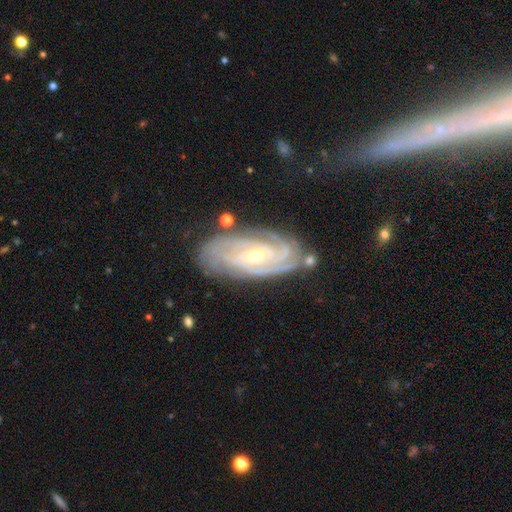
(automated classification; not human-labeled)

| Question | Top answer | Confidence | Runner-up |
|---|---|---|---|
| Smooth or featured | featured or disk | 88% | smooth (6%) |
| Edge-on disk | no | 94% | yes (6%) |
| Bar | weak | 41% | no (37%) |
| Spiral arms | yes | 97% | no (3%) |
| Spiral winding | tight | 75% | medium (21%) |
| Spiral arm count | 3 | 26% | can't tell (22%) |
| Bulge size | small | 51% | moderate (46%) |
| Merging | none | 74% | minor disturbance (18%) |